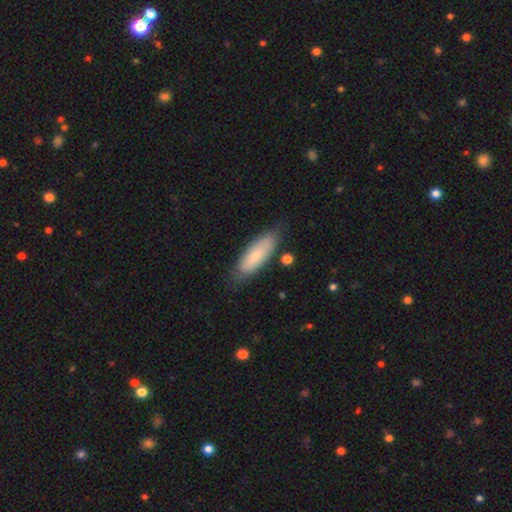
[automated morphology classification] Smooth or featured?
  - smooth: 76% *
  - featured or disk: 18%
  - star or artifact: 6%
How rounded?
  - in between: 57% *
  - cigar-shaped: 42%
  - round: 2%
Merging?
  - none: 77% *
  - minor disturbance: 18%
  - major disturbance: 4%
  - merger: 2%